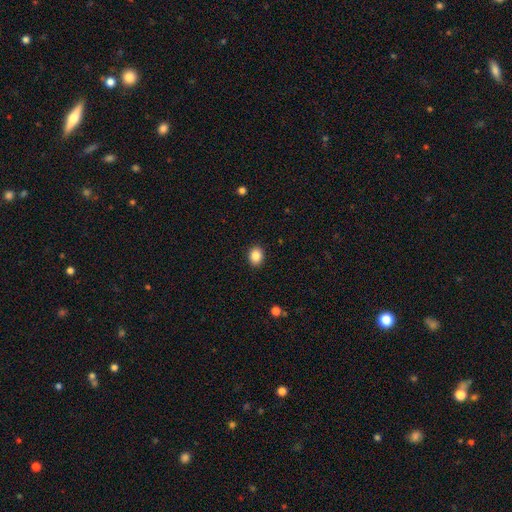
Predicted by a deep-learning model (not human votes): smooth_or_featured: smooth (p=0.87) [alt: star or artifact p=0.09]
how_rounded: round (p=0.51) [alt: in between p=0.48]
merging: none (p=0.91) [alt: minor disturbance p=0.06]